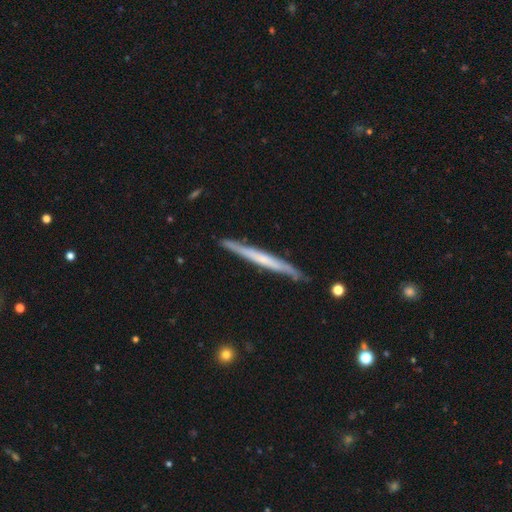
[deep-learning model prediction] This is likely a featured or disk galaxy (61%). It is clearly viewed edge-on (95%). Edge-on bulge: likely none (72%). Merging: clearly none (86%).